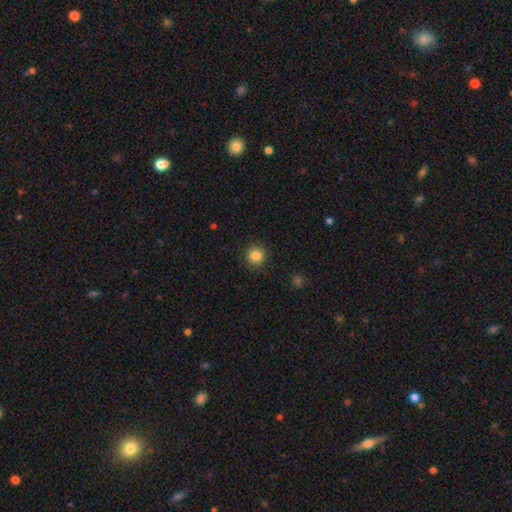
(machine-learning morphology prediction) A smooth galaxy with no disk features (84%) that is round (92%).

Vote fractions:
- Smooth or featured? smooth: 84% / star or artifact: 11% / featured or disk: 5%
- How rounded? round: 92% / in between: 7% / cigar-shaped: 1%
- Merging? none: 89% / minor disturbance: 8% / major disturbance: 2% / merger: 1%